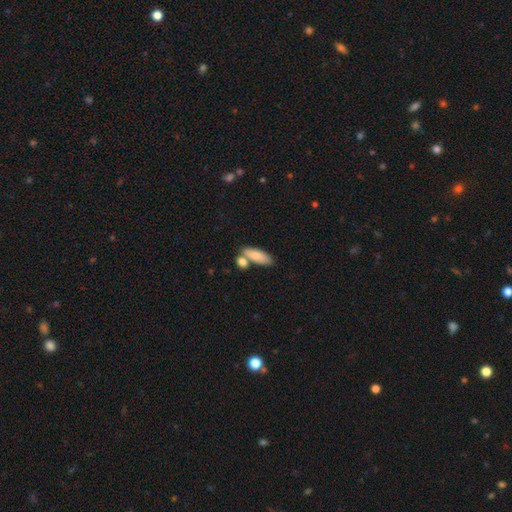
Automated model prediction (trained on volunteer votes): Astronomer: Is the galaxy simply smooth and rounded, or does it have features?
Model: smooth — 83%.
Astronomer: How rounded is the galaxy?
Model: in between — 72%.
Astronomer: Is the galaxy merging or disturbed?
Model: none — 53% (runner-up: merger, 30%).